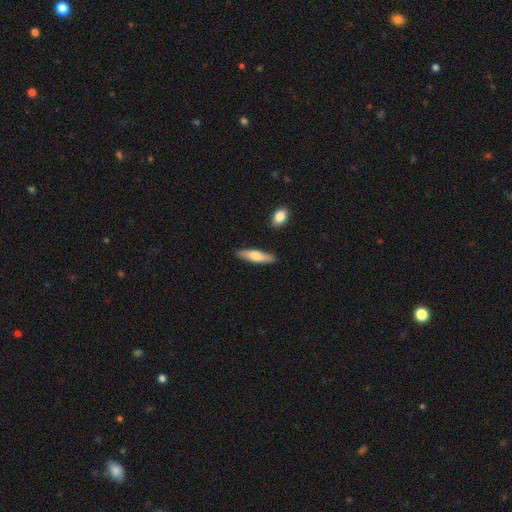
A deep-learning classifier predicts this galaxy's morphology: smooth-or-featured: smooth: 62% | featured or disk: 33% | star or artifact: 6%
  how-rounded: cigar-shaped: 71% | in between: 27% | round: 2%
  merging: none: 86% | minor disturbance: 9% | merger: 3% | major disturbance: 2%